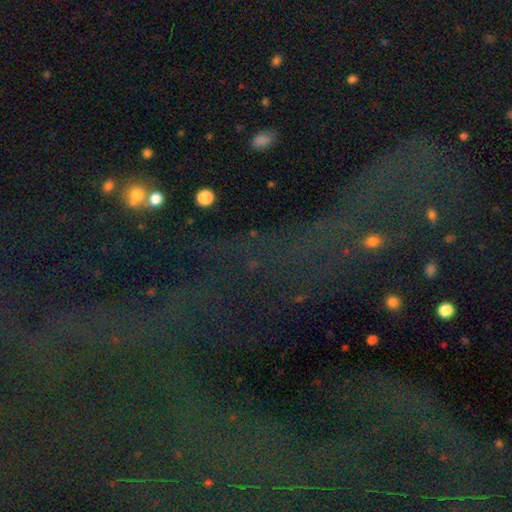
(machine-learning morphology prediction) Smooth or featured? Predicted: star or artifact (p=0.71).